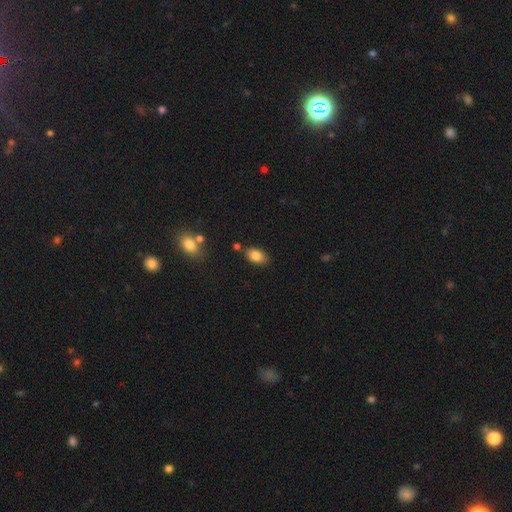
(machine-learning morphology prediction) A smooth galaxy with no disk features (84%) that is in between round and cigar-shaped (89%).

Vote fractions:
- Smooth or featured? smooth: 84% / star or artifact: 8% / featured or disk: 8%
- How rounded? in between: 89% / round: 9% / cigar-shaped: 2%
- Merging? none: 79% / minor disturbance: 13% / merger: 5% / major disturbance: 3%